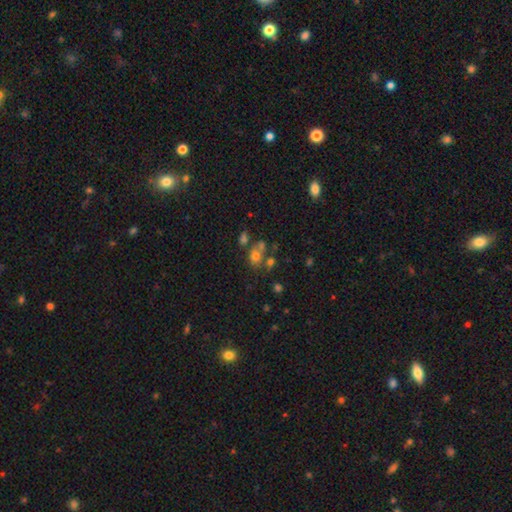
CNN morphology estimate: The model was most divided on "merging": none: 51%, merger: 33%, minor disturbance: 10%, major disturbance: 6%. More confident: how rounded — round (65%); smooth or featured — smooth (56%).